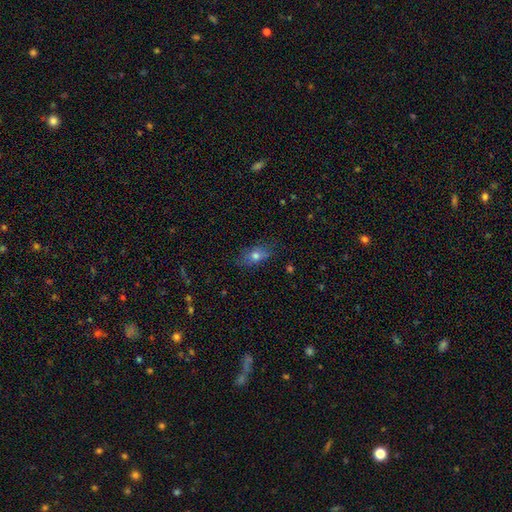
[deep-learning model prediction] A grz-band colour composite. It shows a smooth galaxy with no disk features (69%) that is in between round and cigar-shaped (78%). Merging: none (76%).